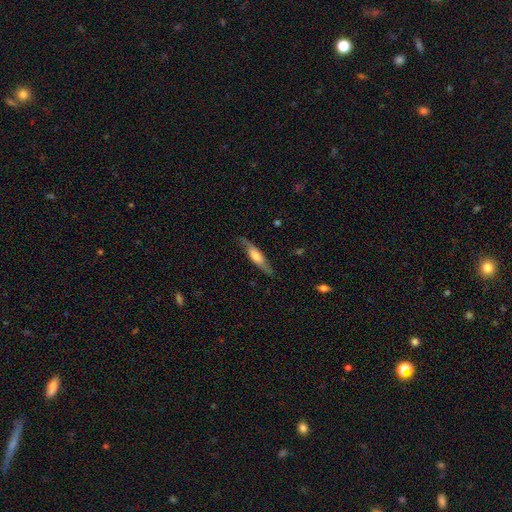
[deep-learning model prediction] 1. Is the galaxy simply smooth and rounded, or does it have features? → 51% featured or disk, 43% smooth, 6% star or artifact.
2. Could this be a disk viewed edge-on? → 66% yes, 34% no.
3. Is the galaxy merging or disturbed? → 76% none, 18% minor disturbance, 5% major disturbance, 1% merger.